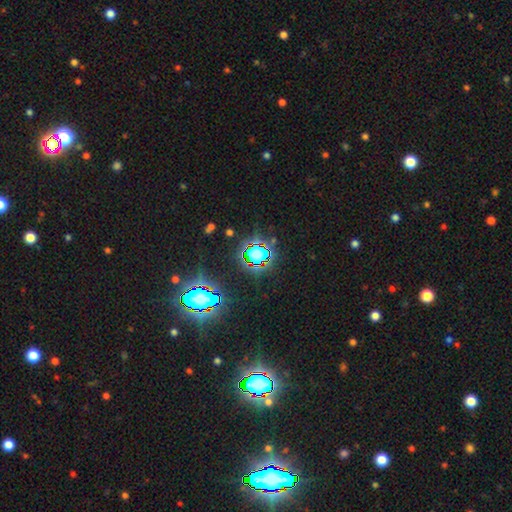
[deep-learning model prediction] A star or artifact, not a galaxy (72%).